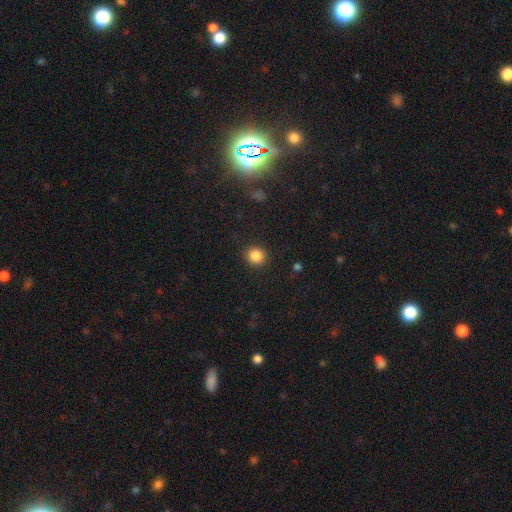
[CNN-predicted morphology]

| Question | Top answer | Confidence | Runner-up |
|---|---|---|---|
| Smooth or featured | smooth | 85% | star or artifact (10%) |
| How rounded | round | 88% | in between (11%) |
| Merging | none | 91% | minor disturbance (6%) |